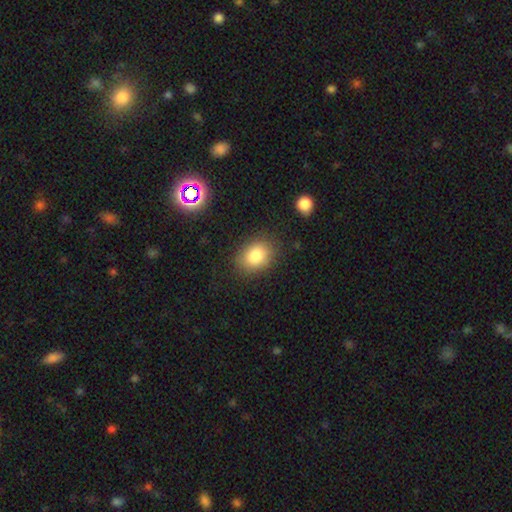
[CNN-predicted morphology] Smooth or featured?
  - smooth: 84% *
  - star or artifact: 9%
  - featured or disk: 7%
How rounded?
  - in between: 66% *
  - round: 33%
  - cigar-shaped: 1%
Merging?
  - none: 83% *
  - minor disturbance: 12%
  - major disturbance: 4%
  - merger: 2%